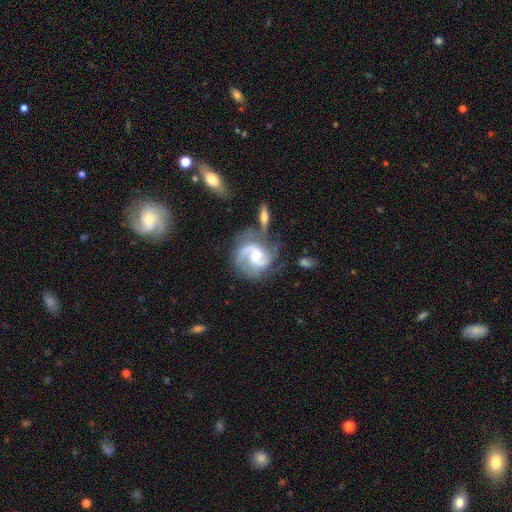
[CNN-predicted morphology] Smooth or featured: featured or disk — 89% (smooth — 6%)
Edge-on disk: no — 98% (yes — 2%)
Bar: no — 51% (weak — 39%)
Spiral arms: yes — 97% (no — 3%)
Spiral winding: medium — 52% (tight — 30%)
Spiral arm count: 2 — 78% (1 — 7%)
Bulge size: moderate — 60% (small — 33%)
Merging: none — 54% (minor disturbance — 19%)